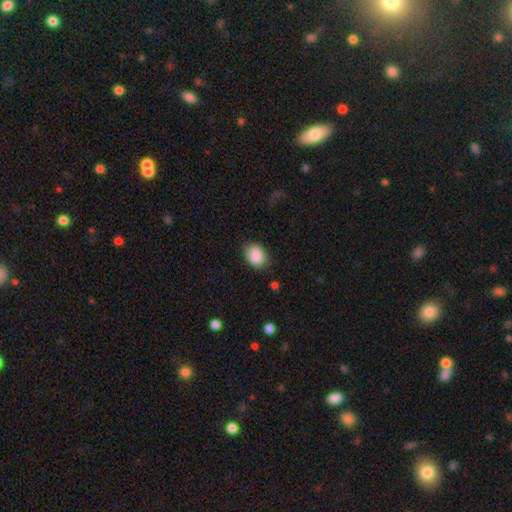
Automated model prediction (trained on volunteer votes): A smooth galaxy with no disk features (88%) that is in between round and cigar-shaped (77%). Merging: none (77%).